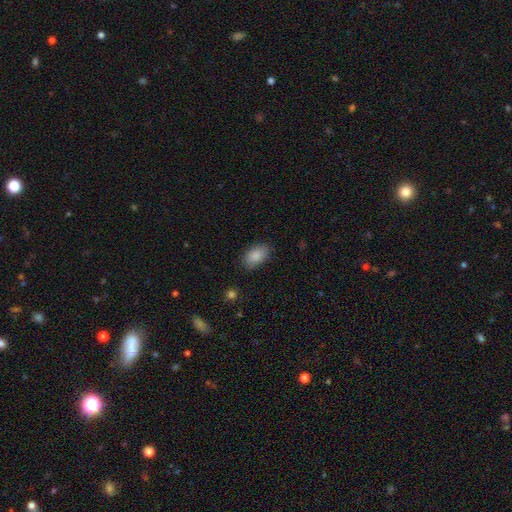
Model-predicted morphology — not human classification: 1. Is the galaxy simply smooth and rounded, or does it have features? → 87% smooth, 7% star or artifact, 6% featured or disk.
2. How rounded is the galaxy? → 92% in between, 6% round, 2% cigar-shaped.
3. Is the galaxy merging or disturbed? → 85% none, 11% minor disturbance, 3% major disturbance, 1% merger.